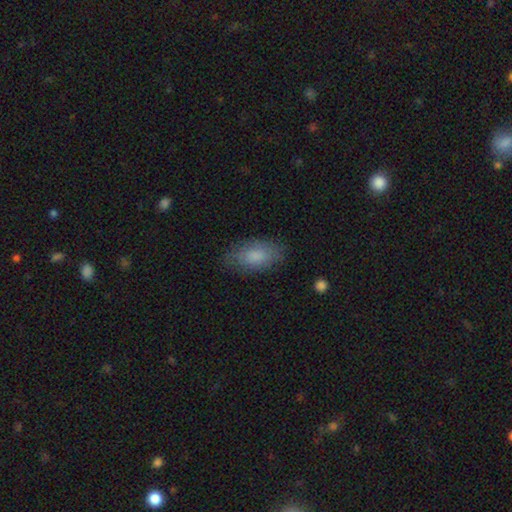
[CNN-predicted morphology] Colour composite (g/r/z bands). It shows a smooth galaxy with no disk features (81%) that is in between round and cigar-shaped (93%). Merging: none (78%).